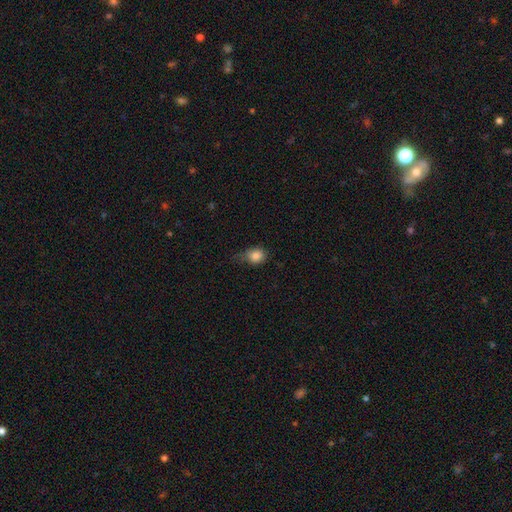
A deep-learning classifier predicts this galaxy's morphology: A smooth galaxy with no disk features (84%) that is round (63%). Merging: none (49%).